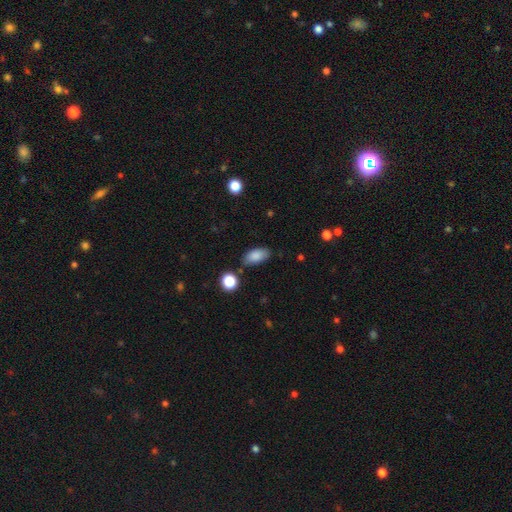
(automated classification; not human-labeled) Smooth or featured? Predicted: smooth (p=0.85). How rounded? Predicted: in between (p=0.91). Merging? Predicted: none (p=0.79).